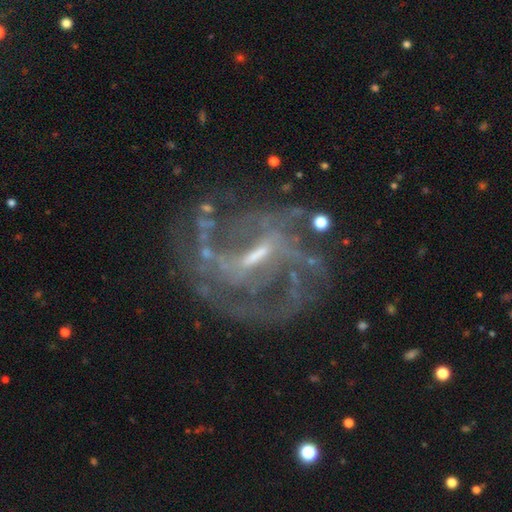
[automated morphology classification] Smooth or featured? featured or disk (87%)
Edge-on disk? no (97%)
Bar? strong (47%)
Spiral arms? yes (89%)
Spiral winding? medium (47%)
Spiral arm count? 2 (37%)
Bulge size? small (45%)
Merging? none (59%)